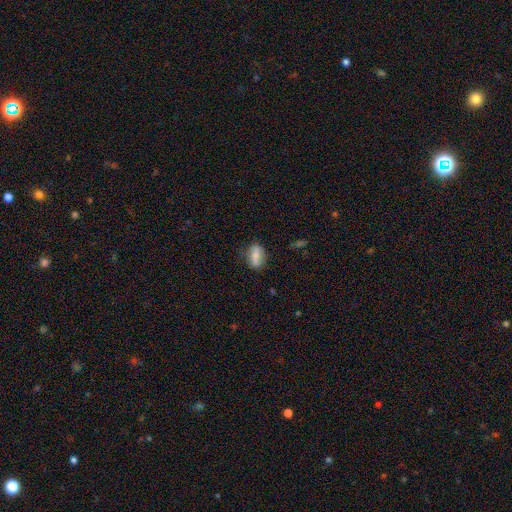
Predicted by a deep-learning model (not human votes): Smooth or featured? Predicted: smooth (p=0.66). How rounded? Predicted: in between (p=0.79). Merging? Predicted: none (p=0.76).